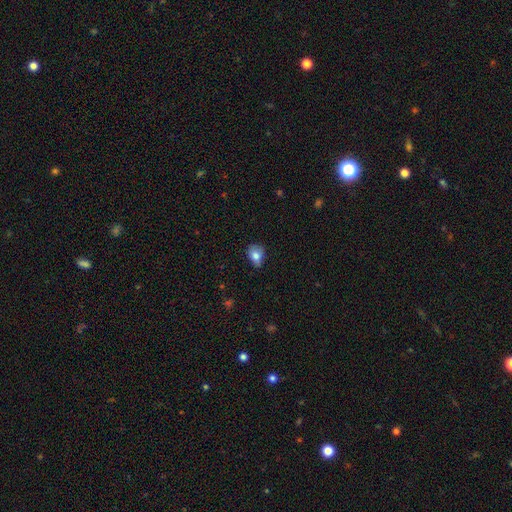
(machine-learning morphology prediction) Q: Smooth or featured?
A: smooth (78%); runner-up: featured or disk (13%)
Q: How rounded?
A: in between (55%); runner-up: round (44%)
Q: Merging?
A: none (49%); runner-up: minor disturbance (38%)